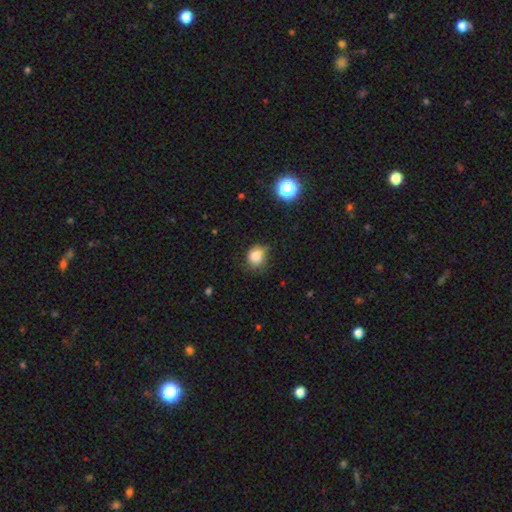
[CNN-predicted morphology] This is clearly a smooth galaxy (83%). How rounded: likely round (65%). Merging: likely none (60%).